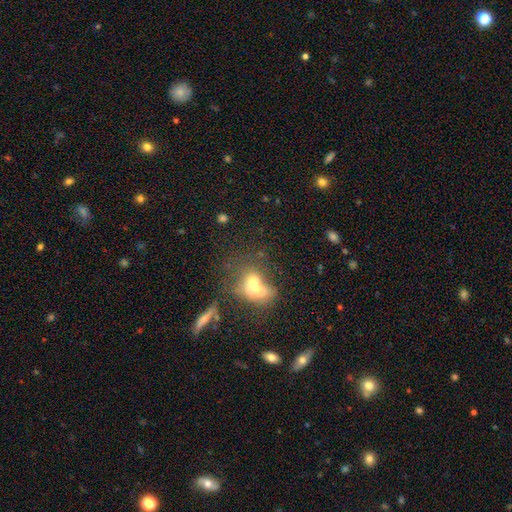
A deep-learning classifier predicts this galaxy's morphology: smooth 55%, star or artifact 27%, featured or disk 19%. Down the decision tree: how rounded — in between (66%); merging — none (47%).